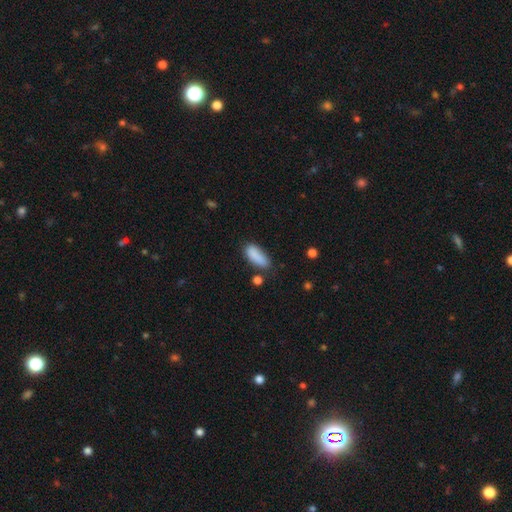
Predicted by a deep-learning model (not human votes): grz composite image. It shows a smooth galaxy with no disk features (87%) that is in between round and cigar-shaped (73%). Merging: none (64%).